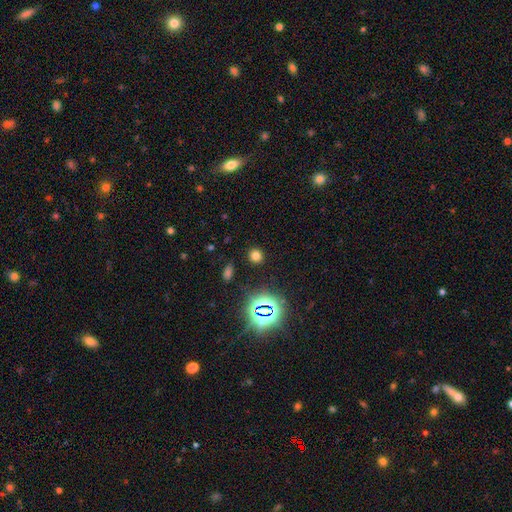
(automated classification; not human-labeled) The model was most divided on "smooth or featured": smooth: 67%, star or artifact: 26%, featured or disk: 6%. More confident: merging — none (89%); how rounded — round (85%).